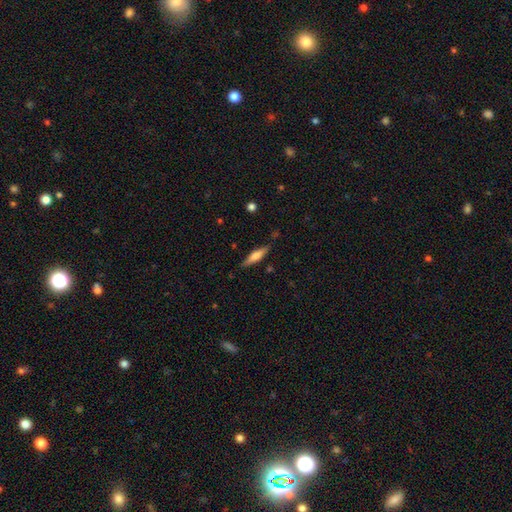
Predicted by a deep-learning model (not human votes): This appears to be a smooth galaxy with no disk features (52%) that is cigar-shaped (78%). Merging: none (85%).